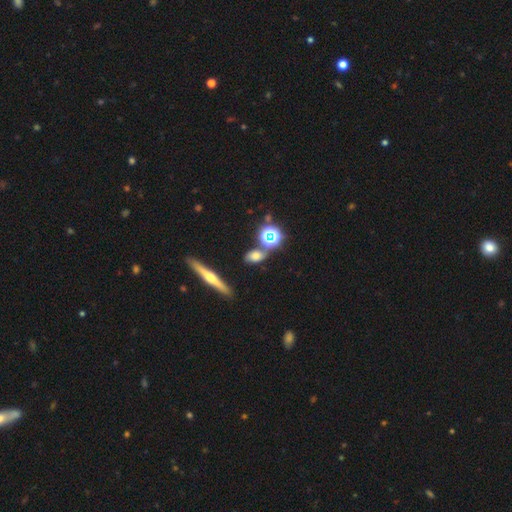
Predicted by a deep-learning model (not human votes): Smooth or featured? Predicted: smooth (p=0.54). How rounded? Predicted: in between (p=0.64). Merging? Predicted: none (p=0.71).